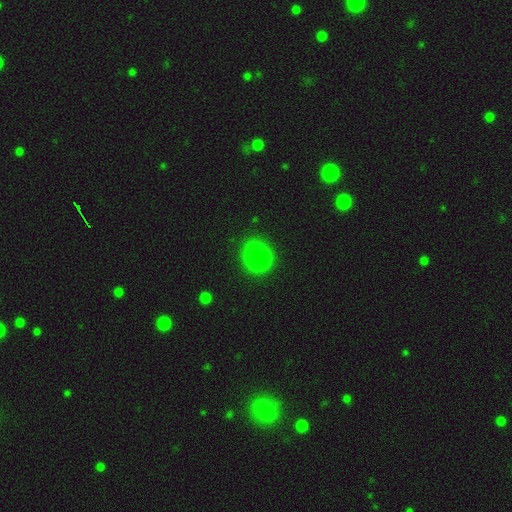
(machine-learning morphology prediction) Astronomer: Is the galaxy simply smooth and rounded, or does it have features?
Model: smooth — 72%.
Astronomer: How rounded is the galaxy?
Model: round — 63%.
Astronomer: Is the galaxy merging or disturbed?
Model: merger — 36% (runner-up: none, 35%).